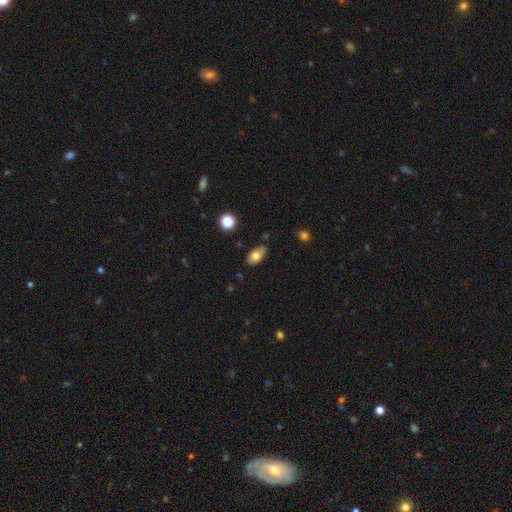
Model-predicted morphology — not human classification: Smooth or featured: smooth — 75% (featured or disk — 17%)
How rounded: in between — 90% (round — 5%)
Merging: none — 80% (minor disturbance — 15%)